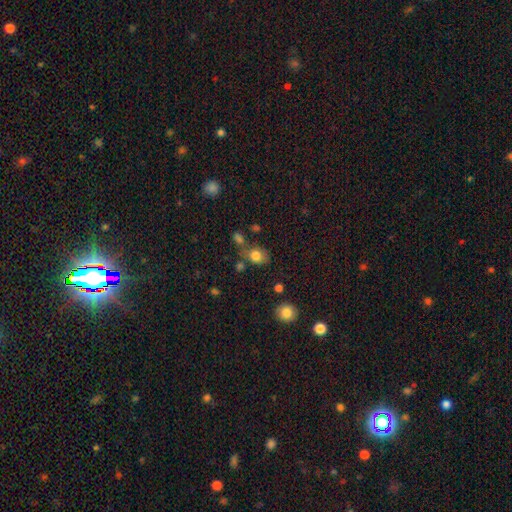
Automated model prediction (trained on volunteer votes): The model was most divided on "how rounded": in between: 52%, round: 47%, cigar-shaped: 1%. More confident: smooth or featured — smooth (80%); merging — none (59%).